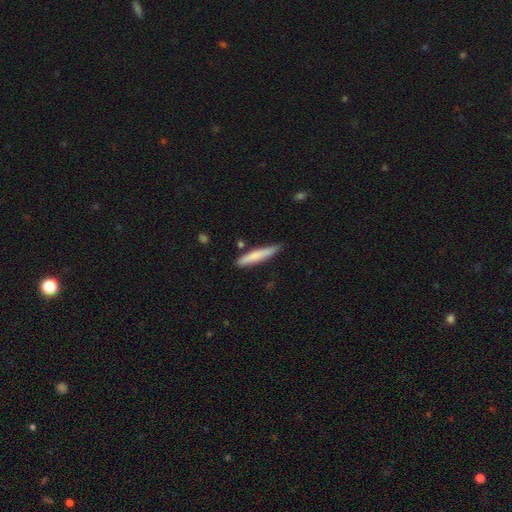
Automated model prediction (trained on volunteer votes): A smooth galaxy with no disk features (73%) that is cigar-shaped (92%).

Vote fractions:
- Smooth or featured? smooth: 73% / featured or disk: 21% / star or artifact: 6%
- How rounded? cigar-shaped: 92% / in between: 6% / round: 1%
- Merging? none: 77% / minor disturbance: 17% / merger: 3% / major disturbance: 3%